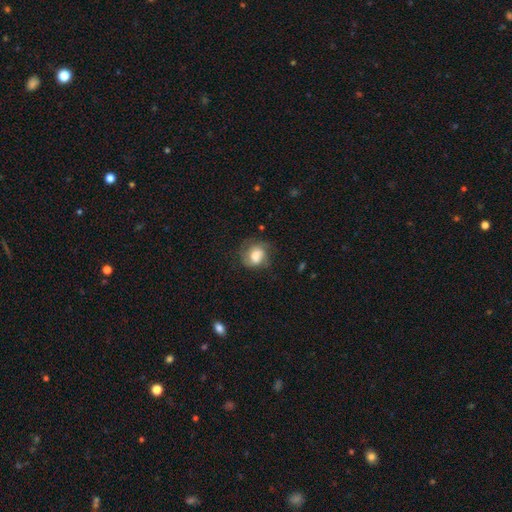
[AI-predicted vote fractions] Smooth or featured? Predicted: smooth (p=0.58). How rounded? Predicted: round (p=0.60). Merging? Predicted: none (p=0.54).